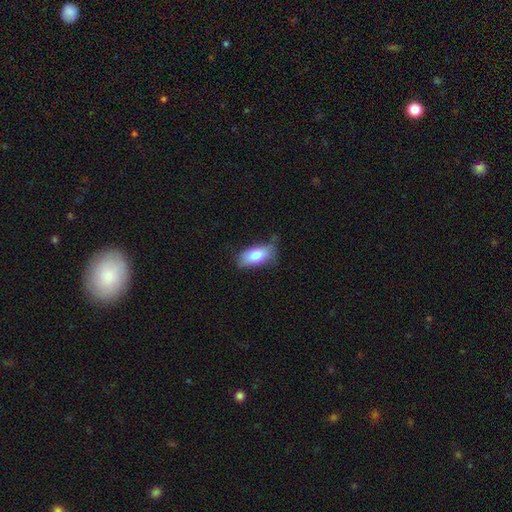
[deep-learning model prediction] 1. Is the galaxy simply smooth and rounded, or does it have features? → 78% smooth, 15% featured or disk, 7% star or artifact.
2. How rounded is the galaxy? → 89% in between, 7% cigar-shaped, 4% round.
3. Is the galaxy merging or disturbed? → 63% none, 28% minor disturbance, 6% major disturbance, 2% merger.